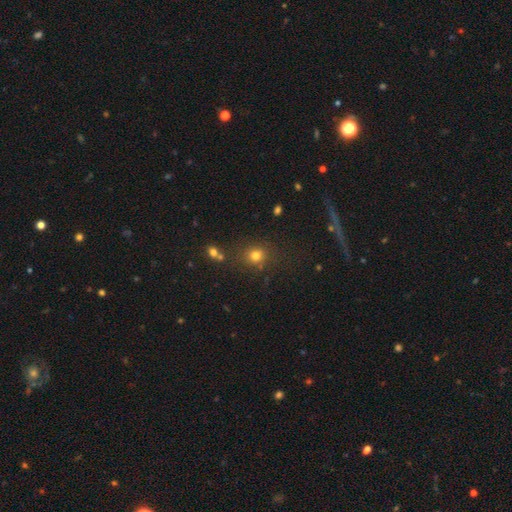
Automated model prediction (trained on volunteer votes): smooth_or_featured: smooth (p=0.75) [alt: star or artifact p=0.17]
how_rounded: round (p=0.82) [alt: in between p=0.17]
merging: none (p=0.77) [alt: minor disturbance p=0.12]